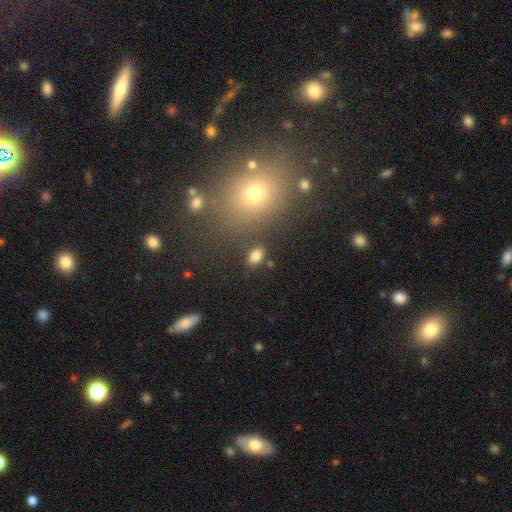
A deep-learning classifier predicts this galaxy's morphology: smooth 82%, star or artifact 12%, featured or disk 6%. Down the decision tree: how rounded — in between (87%); merging — none (81%).